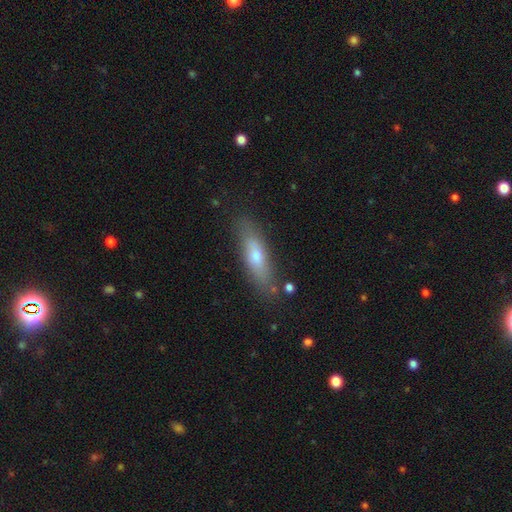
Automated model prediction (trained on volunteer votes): Smooth or featured?
  - smooth: 64% *
  - featured or disk: 29%
  - star or artifact: 7%
How rounded?
  - cigar-shaped: 63% *
  - in between: 34%
  - round: 2%
Merging?
  - none: 81% *
  - minor disturbance: 14%
  - major disturbance: 3%
  - merger: 3%